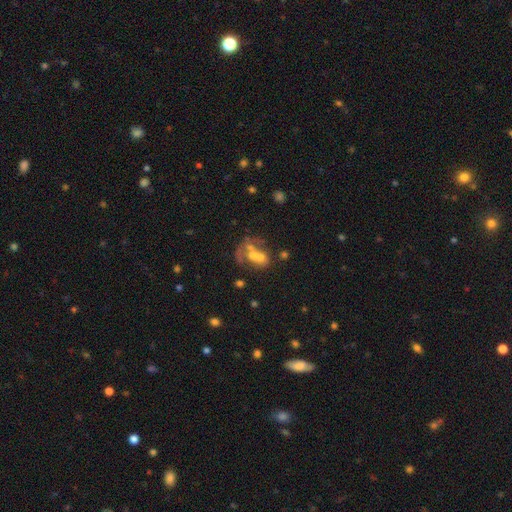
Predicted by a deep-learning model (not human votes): smooth-or-featured: featured or disk: 45% | smooth: 42% | star or artifact: 13%
  merging: merger: 54% | none: 19% | major disturbance: 18% | minor disturbance: 10%